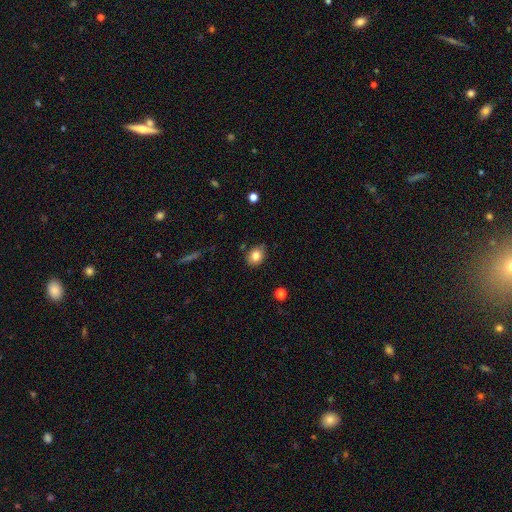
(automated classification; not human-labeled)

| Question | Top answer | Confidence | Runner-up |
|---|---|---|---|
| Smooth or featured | smooth | 81% | star or artifact (10%) |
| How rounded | in between | 50% | round (49%) |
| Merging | none | 82% | minor disturbance (14%) |